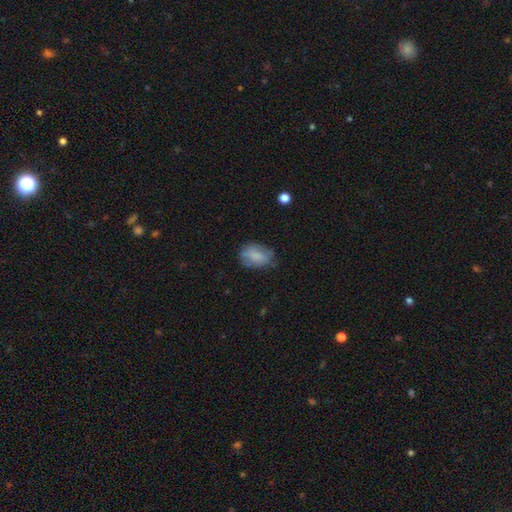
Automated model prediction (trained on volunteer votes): This is likely a smooth galaxy (76%). How rounded: likely in between (80%). Merging: likely none (62%).